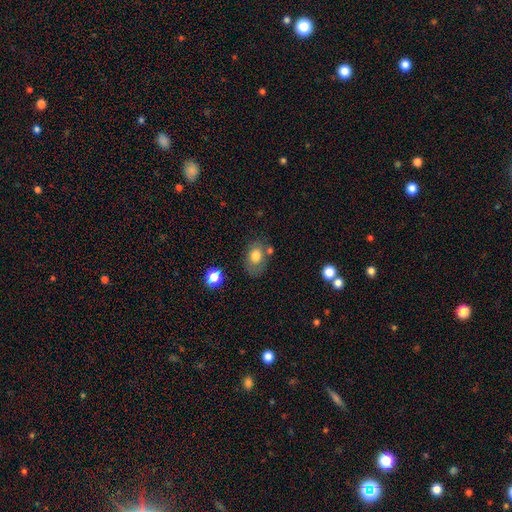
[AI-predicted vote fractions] smooth-or-featured: smooth: 74% | featured or disk: 17% | star or artifact: 9%
  how-rounded: in between: 72% | round: 27% | cigar-shaped: 1%
  merging: none: 59% | minor disturbance: 21% | merger: 12% | major disturbance: 8%